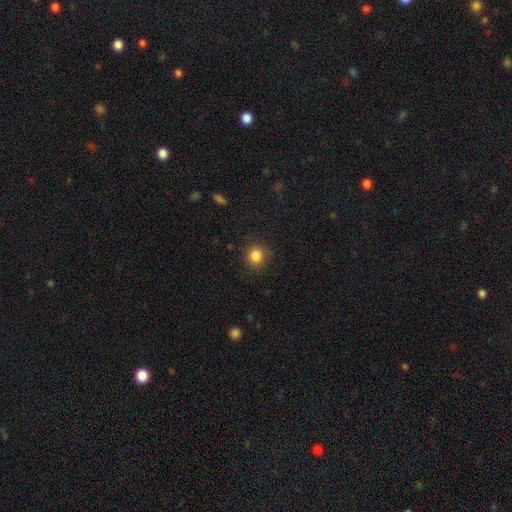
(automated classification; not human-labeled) smooth_or_featured: smooth (p=0.85) [alt: star or artifact p=0.11]
how_rounded: round (p=0.89) [alt: in between p=0.10]
merging: none (p=0.87) [alt: minor disturbance p=0.09]